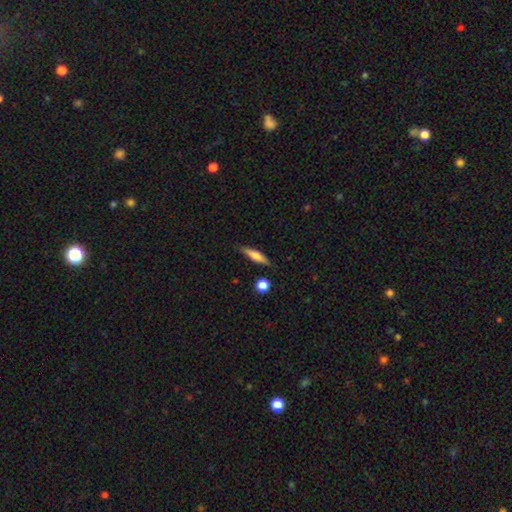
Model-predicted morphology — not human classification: smooth-or-featured: smooth: 59% | featured or disk: 34% | star or artifact: 7%
  how-rounded: cigar-shaped: 73% | in between: 24% | round: 3%
  merging: none: 84% | minor disturbance: 11% | merger: 3% | major disturbance: 2%